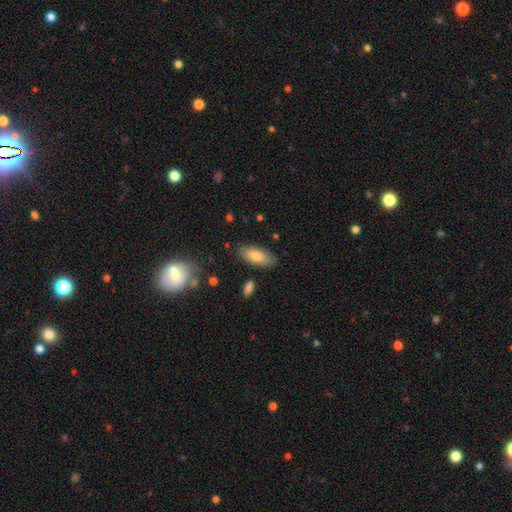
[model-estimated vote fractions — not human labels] smooth-or-featured: smooth: 80% | featured or disk: 13% | star or artifact: 7%
  how-rounded: in between: 84% | cigar-shaped: 14% | round: 2%
  merging: none: 82% | minor disturbance: 13% | major disturbance: 3% | merger: 3%